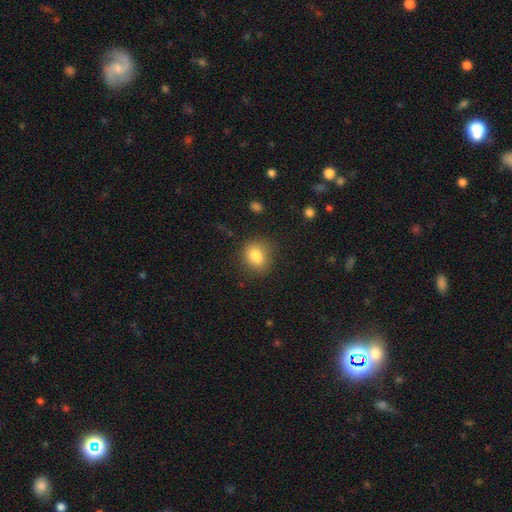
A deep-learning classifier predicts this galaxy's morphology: Smooth or featured: smooth — 82% (star or artifact — 10%)
How rounded: in between — 51% (round — 48%)
Merging: none — 77% (minor disturbance — 16%)